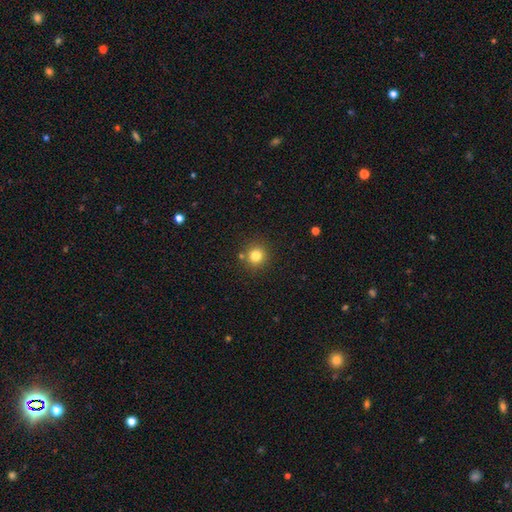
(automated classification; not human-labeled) A smooth galaxy with no disk features (80%) that is round (92%). Merging: none (84%).